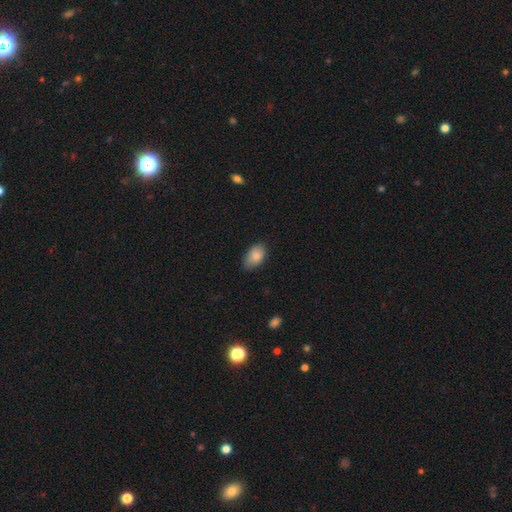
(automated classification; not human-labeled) Smooth or featured: smooth — 85% (featured or disk — 8%)
How rounded: in between — 92% (round — 7%)
Merging: none — 71% (minor disturbance — 24%)